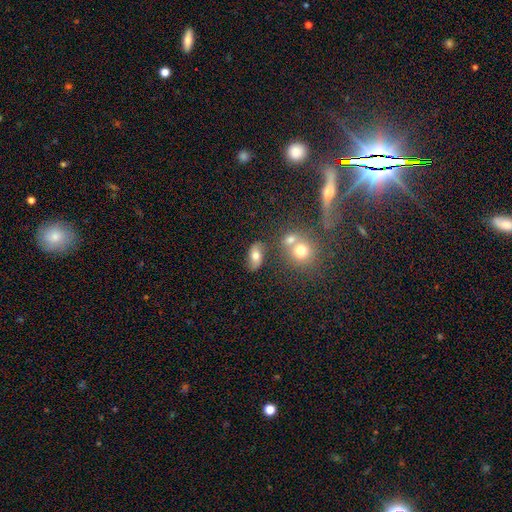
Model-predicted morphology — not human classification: This appears to be a smooth galaxy with no disk features (67%) that is in between round and cigar-shaped (84%). Merging: none (73%).